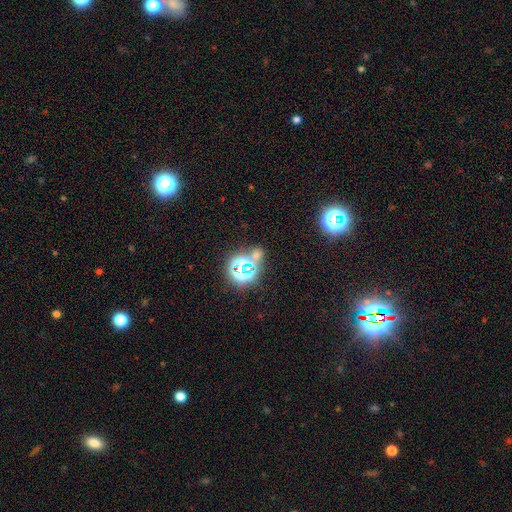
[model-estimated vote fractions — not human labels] A star or artifact, not a galaxy (63%).

Vote fractions:
- Smooth or featured? star or artifact: 63% / smooth: 29% / featured or disk: 8%